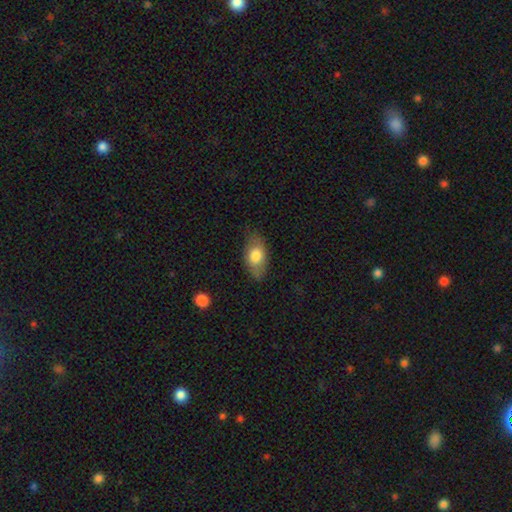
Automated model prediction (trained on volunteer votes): A smooth galaxy with no disk features (75%) that is in between round and cigar-shaped (90%). Merging: none (74%).